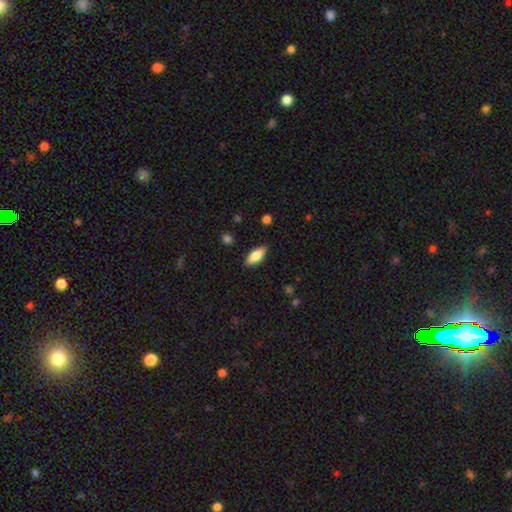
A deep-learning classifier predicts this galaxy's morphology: A smooth galaxy with no disk features (78%) that is in between round and cigar-shaped (80%). Merging: none (86%).